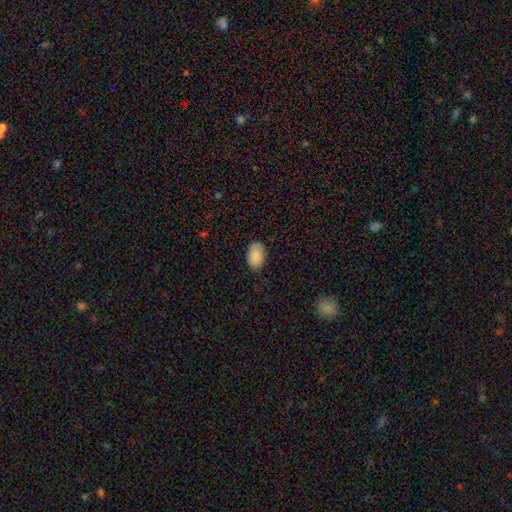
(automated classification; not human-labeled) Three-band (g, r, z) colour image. It shows a smooth galaxy with no disk features (88%) that is in between round and cigar-shaped (90%). Merging: none (84%).